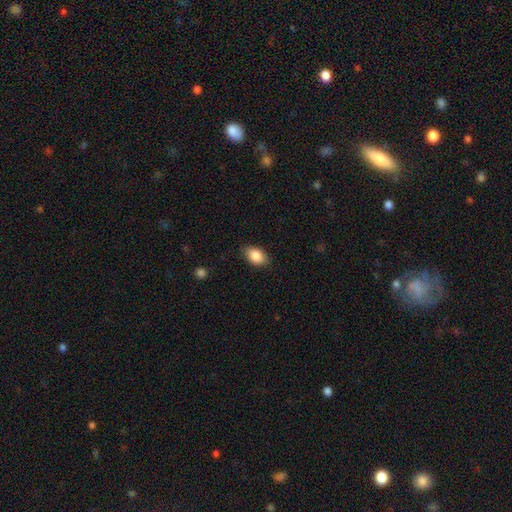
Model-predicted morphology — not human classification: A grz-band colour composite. It shows a smooth galaxy with no disk features (87%) that is in between round and cigar-shaped (87%). Merging: none (84%).